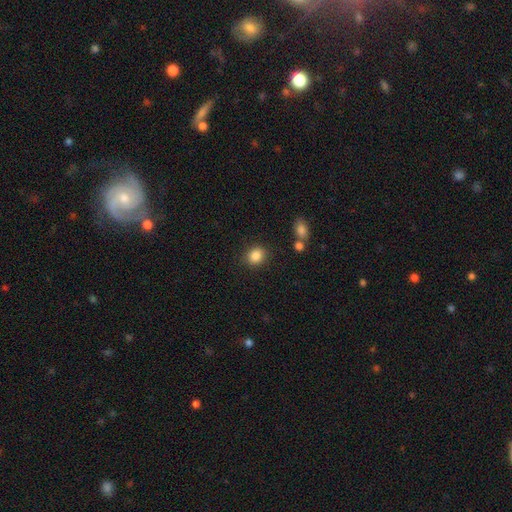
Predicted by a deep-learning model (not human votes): Overall: smooth (86%). How rounded: round (70%). Merging: none (86%).